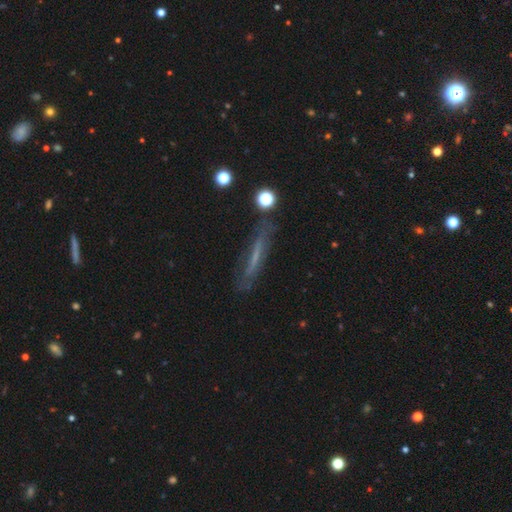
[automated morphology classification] A featured or disk galaxy (49%). Merging: none (72%).